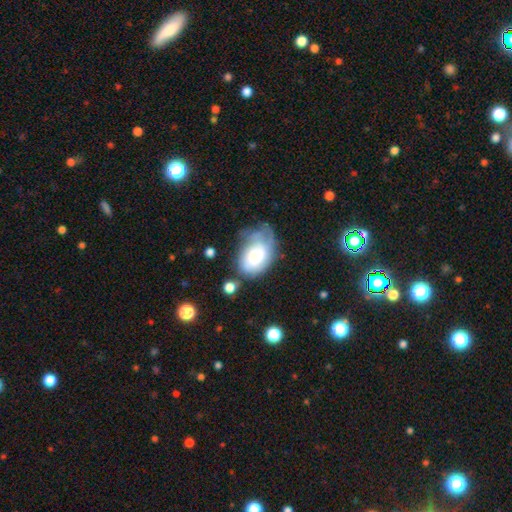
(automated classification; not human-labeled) smooth 46% (tied), featured or disk 46% (tied), star or artifact 8%. Down the decision tree: merging — minor disturbance (33%).